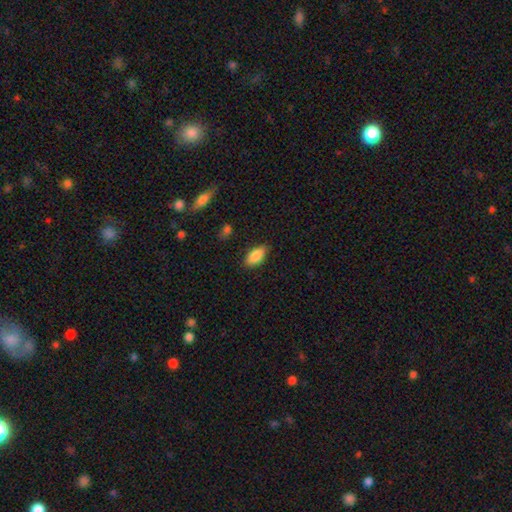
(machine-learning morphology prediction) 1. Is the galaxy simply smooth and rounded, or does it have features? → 87% smooth, 7% star or artifact, 6% featured or disk.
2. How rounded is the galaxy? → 90% in between, 7% cigar-shaped, 3% round.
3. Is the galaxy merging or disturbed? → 83% none, 13% minor disturbance, 3% major disturbance, 1% merger.